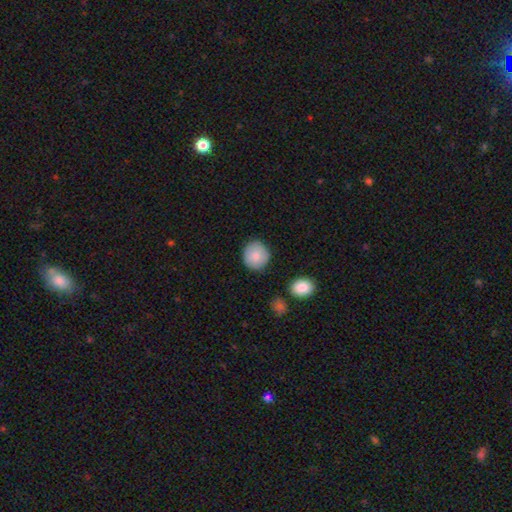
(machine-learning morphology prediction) Smooth or featured: smooth — 84% (featured or disk — 10%)
How rounded: round — 88% (in between — 11%)
Merging: none — 85% (minor disturbance — 11%)